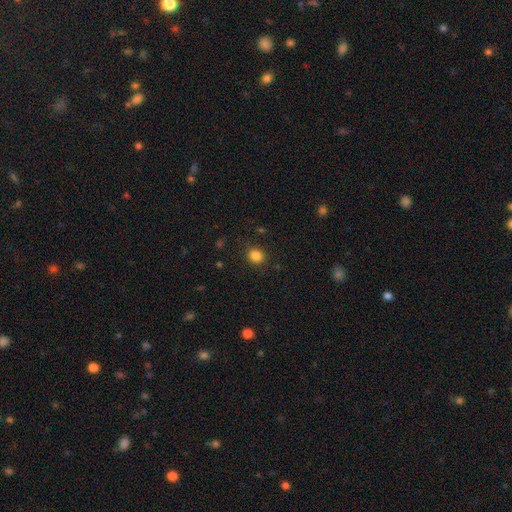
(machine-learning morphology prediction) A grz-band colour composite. It shows a smooth galaxy with no disk features (84%) that is round (78%). Merging: none (87%).